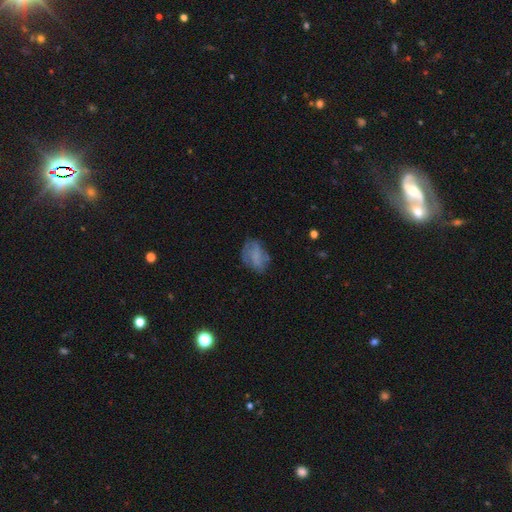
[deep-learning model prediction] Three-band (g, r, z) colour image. It shows a smooth galaxy with no disk features (54%) that is in between round and cigar-shaped (72%). Merging: none (60%).